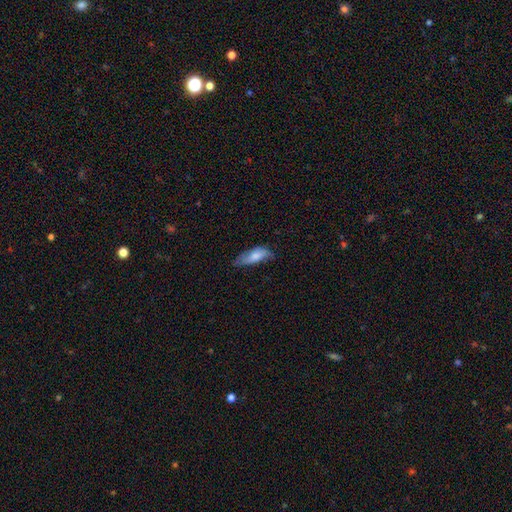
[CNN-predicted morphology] A smooth galaxy with no disk features (66%) that is in between round and cigar-shaped (73%).

Vote fractions:
- Smooth or featured? smooth: 66% / featured or disk: 27% / star or artifact: 6%
- How rounded? in between: 73% / cigar-shaped: 25% / round: 2%
- Merging? none: 54% / minor disturbance: 33% / major disturbance: 11% / merger: 2%